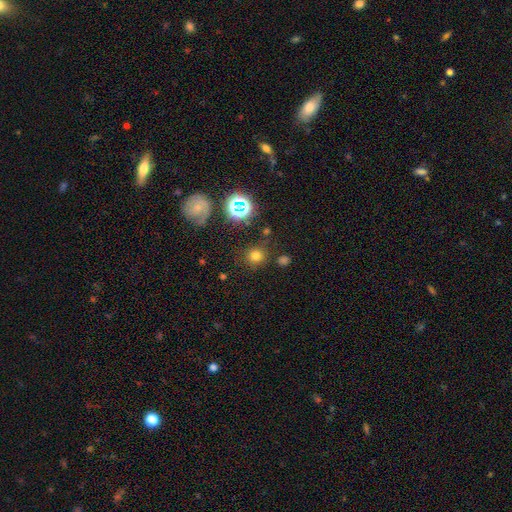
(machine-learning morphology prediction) Overall: smooth (70%). How rounded: round (88%). Merging: none (81%).